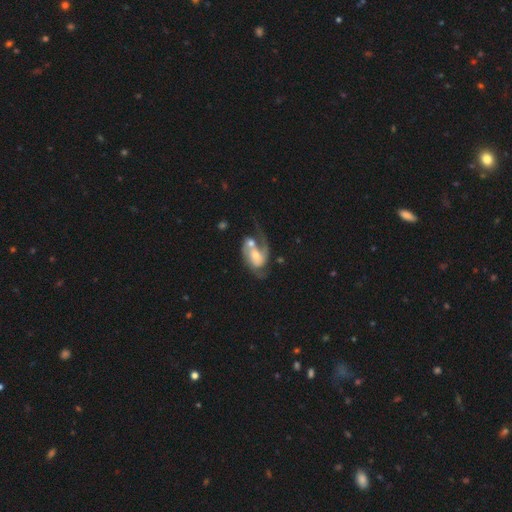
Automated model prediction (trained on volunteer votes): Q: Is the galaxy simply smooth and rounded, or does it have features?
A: featured or disk — 70%.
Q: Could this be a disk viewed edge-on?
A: no — 97%.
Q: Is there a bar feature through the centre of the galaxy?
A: no — 58%.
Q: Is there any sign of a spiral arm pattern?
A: yes — 84%.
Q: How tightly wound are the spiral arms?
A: loose — 45%.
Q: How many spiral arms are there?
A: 2 — 58%.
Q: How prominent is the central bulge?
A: moderate — 50%.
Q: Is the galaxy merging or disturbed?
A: merger — 53%.